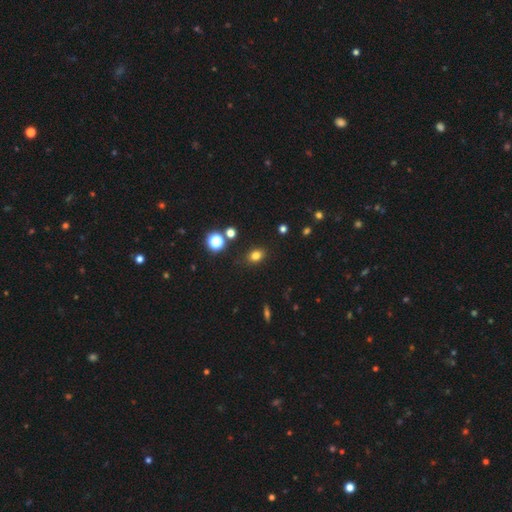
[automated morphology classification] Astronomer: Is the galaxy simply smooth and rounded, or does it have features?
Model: smooth — 78%.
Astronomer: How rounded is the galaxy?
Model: in between — 59% (runner-up: round, 40%).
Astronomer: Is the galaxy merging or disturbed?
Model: none — 85%.